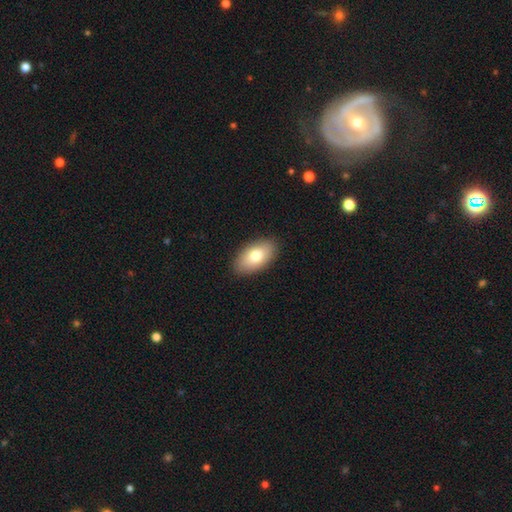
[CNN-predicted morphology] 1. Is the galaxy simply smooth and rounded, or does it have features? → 78% smooth, 15% featured or disk, 7% star or artifact.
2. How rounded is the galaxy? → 94% in between, 4% round, 2% cigar-shaped.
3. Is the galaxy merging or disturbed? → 89% none, 8% minor disturbance, 2% major disturbance, 1% merger.